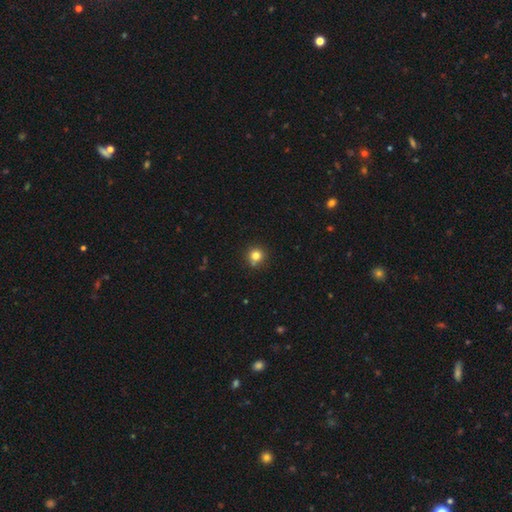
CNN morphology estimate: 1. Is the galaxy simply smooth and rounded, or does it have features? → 81% smooth, 13% star or artifact, 6% featured or disk.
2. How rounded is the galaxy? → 92% round, 7% in between, 1% cigar-shaped.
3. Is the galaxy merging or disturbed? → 83% none, 10% minor disturbance, 4% merger, 2% major disturbance.